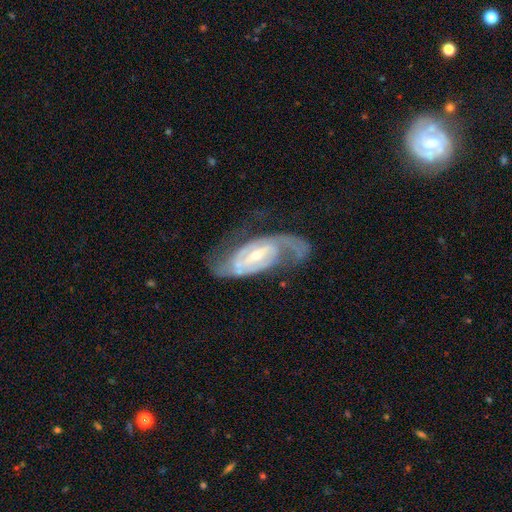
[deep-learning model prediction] This appears to be a featured or disk galaxy (86%) with a weak bar (44%), 2 (68%) medium (43%) spiral arms (92%) and a small central bulge (65%). Merging: none (49%).